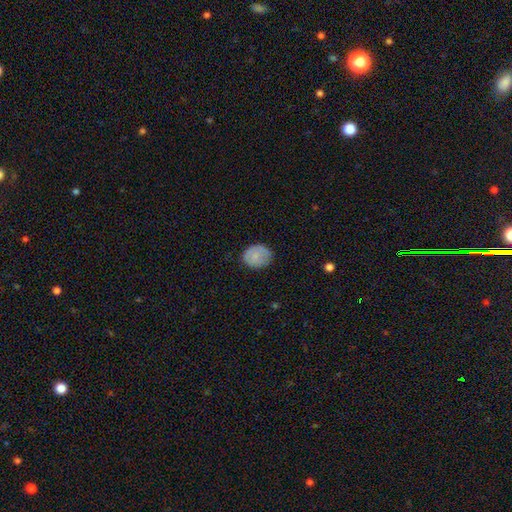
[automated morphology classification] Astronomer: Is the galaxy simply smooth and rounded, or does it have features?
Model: smooth — 79%.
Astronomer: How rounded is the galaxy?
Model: round — 61% (runner-up: in between, 39%).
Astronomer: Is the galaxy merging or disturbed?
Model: none — 77%.